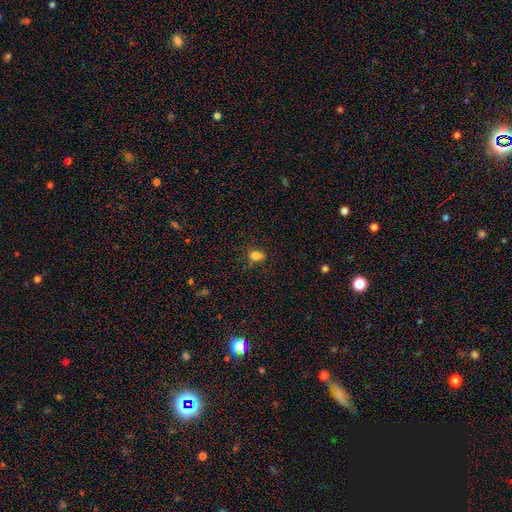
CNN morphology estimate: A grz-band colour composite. It shows a smooth galaxy with no disk features (81%) that is in between round and cigar-shaped (65%). Merging: none (73%).